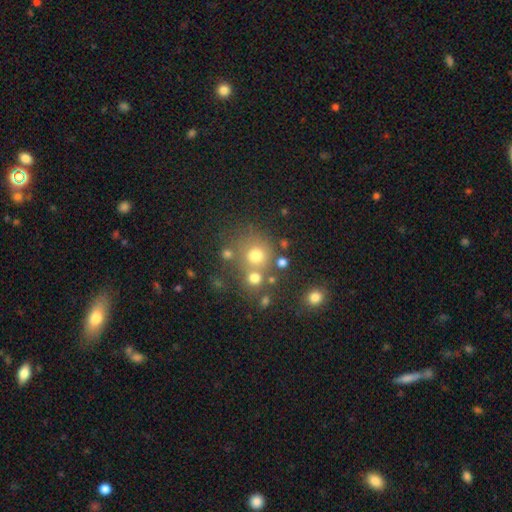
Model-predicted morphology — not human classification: A smooth galaxy with no disk features (67%) that is round (86%). Merging: none (58%).